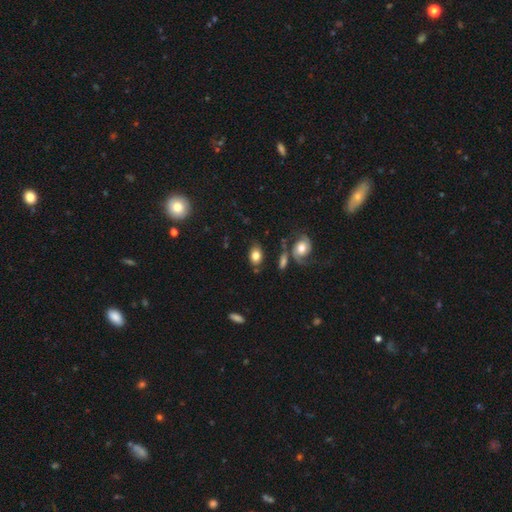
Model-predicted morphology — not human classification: This is likely a smooth galaxy (75%). How rounded: likely in between (79%). Merging: likely none (71%).